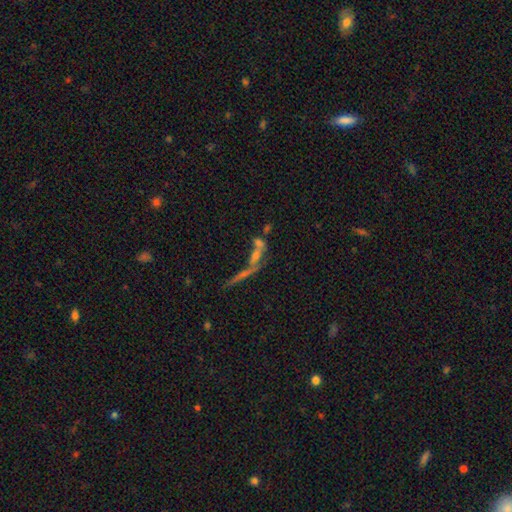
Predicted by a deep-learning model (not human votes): smooth-or-featured: featured or disk: 44% | smooth: 34% | star or artifact: 22%
  merging: merger: 52% | none: 26% | major disturbance: 13% | minor disturbance: 9%